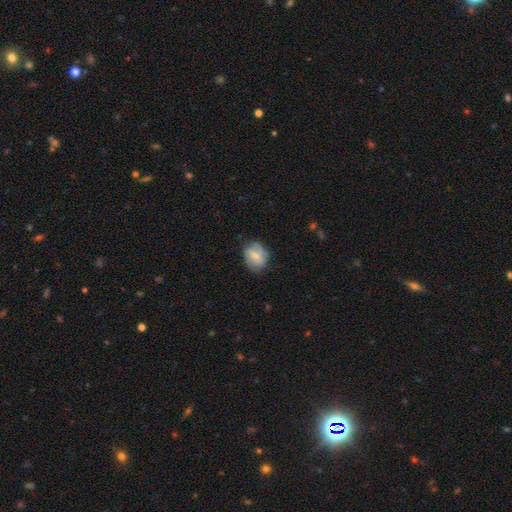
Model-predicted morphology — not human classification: A featured or disk galaxy (48%). Merging: none (68%).